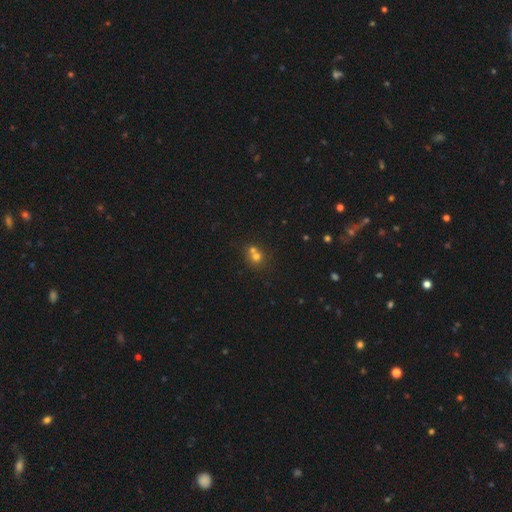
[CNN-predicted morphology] The model was most divided on "merging": merger: 49%, none: 42%, minor disturbance: 6%, major disturbance: 3%. More confident: how rounded — round (82%); smooth or featured — smooth (65%).